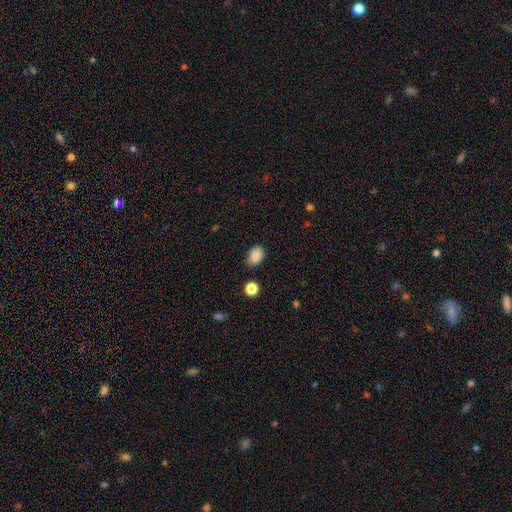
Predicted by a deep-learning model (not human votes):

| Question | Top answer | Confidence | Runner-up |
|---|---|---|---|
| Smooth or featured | smooth | 86% | star or artifact (9%) |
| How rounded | in between | 81% | round (18%) |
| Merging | none | 73% | minor disturbance (21%) |